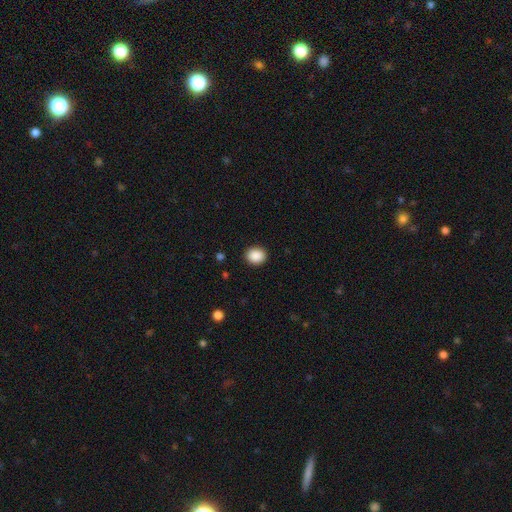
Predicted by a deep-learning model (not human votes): Morphology: type=smooth (89%); roundness=round (66%); merging=none (91%).